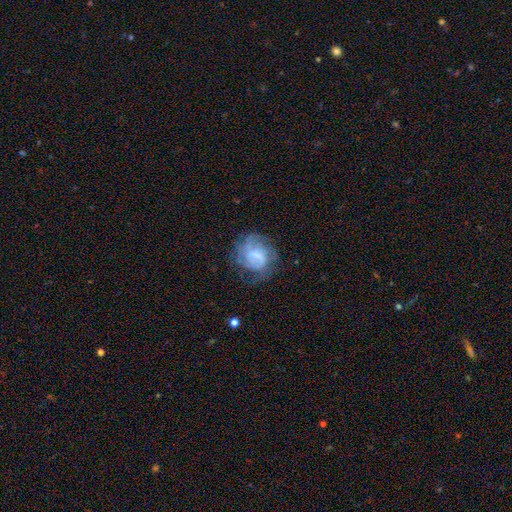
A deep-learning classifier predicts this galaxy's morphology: The model was most divided on "bulge size": none: 37%, small: 35%, moderate: 21%, large: 5%, dominant: 1%. More confident: edge-on disk — no (98%); spiral arms — yes (80%); smooth or featured — featured or disk (63%); merging — none (57%); bar — weak (52%).